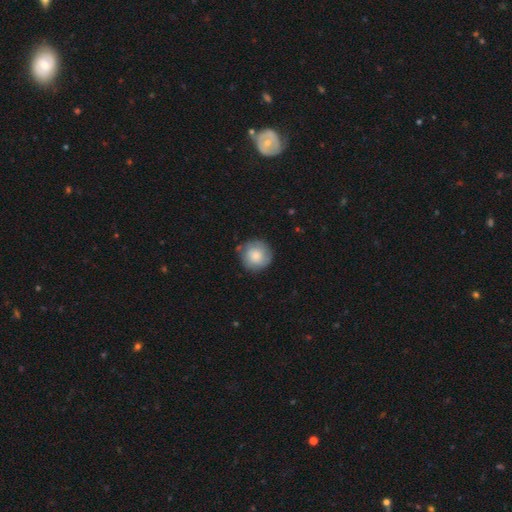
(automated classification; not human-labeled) A smooth galaxy with no disk features (70%) that is round (94%).

Vote fractions:
- Smooth or featured? smooth: 70% / featured or disk: 23% / star or artifact: 7%
- How rounded? round: 94% / in between: 5% / cigar-shaped: 1%
- Merging? none: 77% / minor disturbance: 17% / major disturbance: 4% / merger: 2%